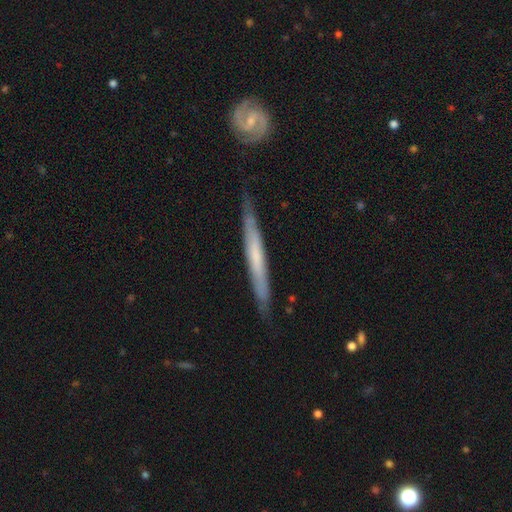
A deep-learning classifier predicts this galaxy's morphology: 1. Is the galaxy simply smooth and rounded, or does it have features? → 57% featured or disk, 38% smooth, 5% star or artifact.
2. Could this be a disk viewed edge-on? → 89% yes, 11% no.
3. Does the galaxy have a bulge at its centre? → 76% none, 14% rounded, 9% boxy.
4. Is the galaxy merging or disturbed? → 81% none, 15% minor disturbance, 3% major disturbance, 2% merger.